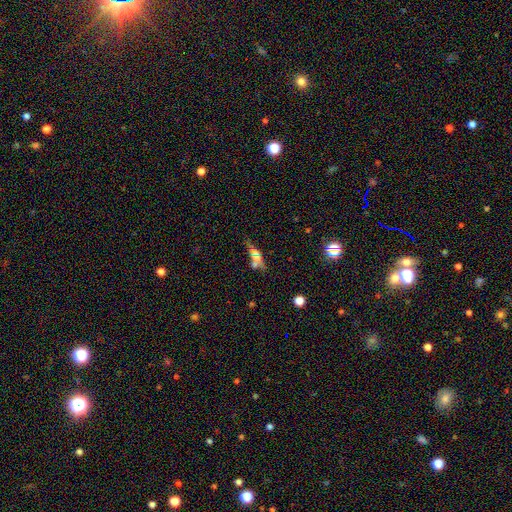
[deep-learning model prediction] Morphology: type=smooth (46%); merging=none (66%).